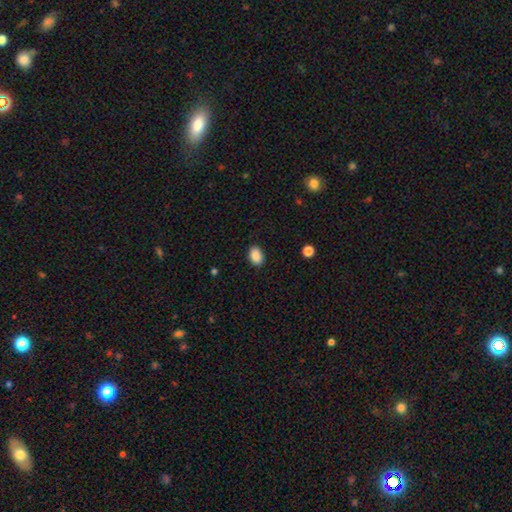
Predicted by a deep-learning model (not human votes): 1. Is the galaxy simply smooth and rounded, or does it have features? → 89% smooth, 8% star or artifact, 3% featured or disk.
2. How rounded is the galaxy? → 85% in between, 14% round, 1% cigar-shaped.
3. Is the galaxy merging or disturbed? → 89% none, 8% minor disturbance, 2% major disturbance, 1% merger.